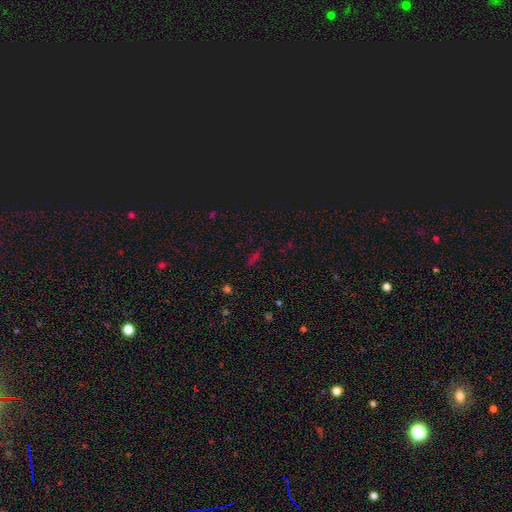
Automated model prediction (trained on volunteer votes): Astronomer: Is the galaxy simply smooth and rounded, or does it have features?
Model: star or artifact — 54% (runner-up: smooth, 33%).